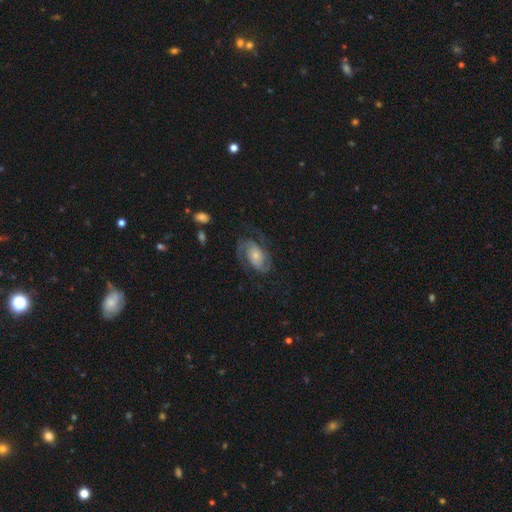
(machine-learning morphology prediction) Smooth or featured: featured or disk — 80% (smooth — 14%)
Edge-on disk: no — 97% (yes — 3%)
Bar: no — 67% (weak — 26%)
Spiral arms: yes — 94% (no — 6%)
Spiral winding: medium — 49% (tight — 28%)
Spiral arm count: 2 — 80% (can't tell — 7%)
Bulge size: small — 57% (moderate — 32%)
Merging: none — 63% (minor disturbance — 18%)